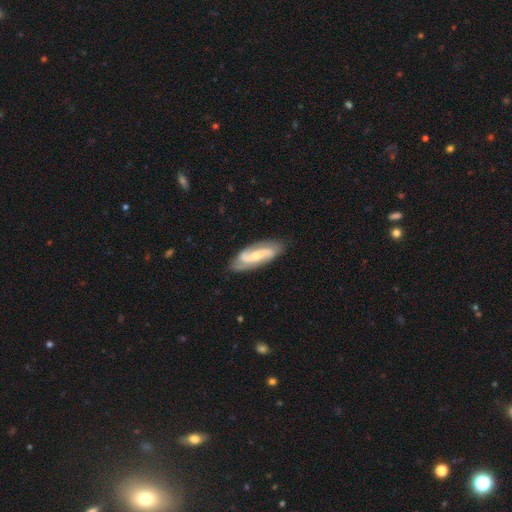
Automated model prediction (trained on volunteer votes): Morphology: type=featured or disk (81%); edge-on=no (92%); bar=weak (39%); spiral arms=yes (94%); winding=medium (43%); arm count=2 (89%); bulge=small (53%); merging=none (82%).